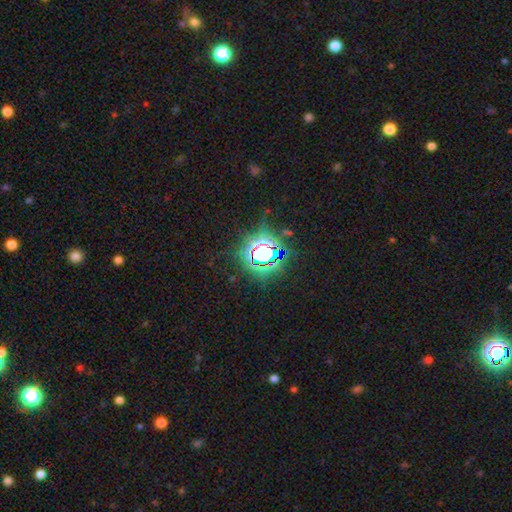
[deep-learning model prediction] This appears to be a star or artifact, not a galaxy (82%).